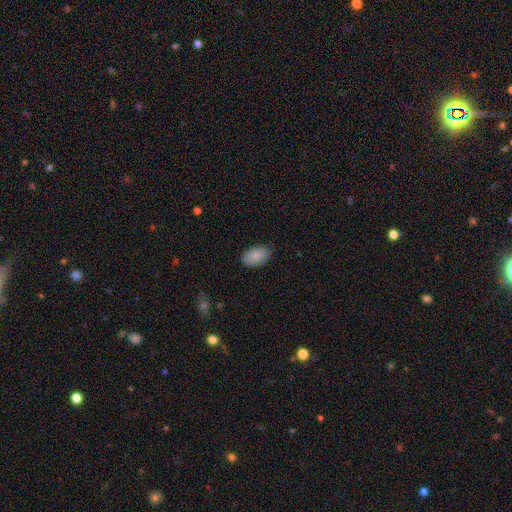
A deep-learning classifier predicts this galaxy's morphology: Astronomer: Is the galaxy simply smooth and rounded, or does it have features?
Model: smooth — 86%.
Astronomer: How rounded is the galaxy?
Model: in between — 93%.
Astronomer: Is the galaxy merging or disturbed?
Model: none — 84%.